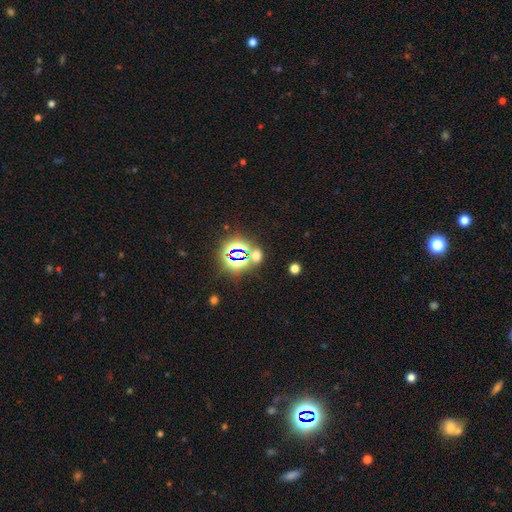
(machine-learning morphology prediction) smooth-or-featured: star or artifact: 54% | smooth: 38% | featured or disk: 8%